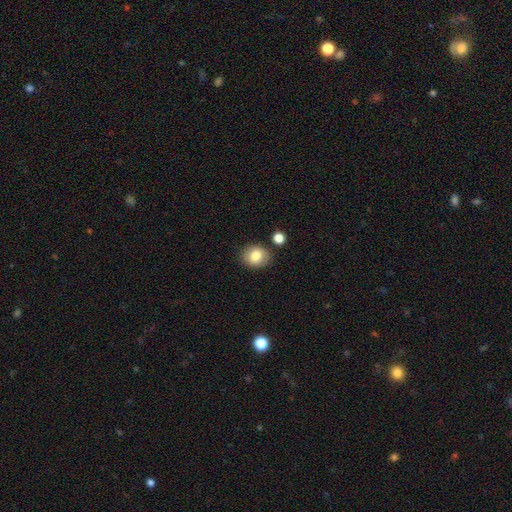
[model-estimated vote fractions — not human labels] Smooth or featured?
  - smooth: 82% *
  - featured or disk: 9%
  - star or artifact: 9%
How rounded?
  - round: 61% *
  - in between: 38%
  - cigar-shaped: 1%
Merging?
  - none: 82% *
  - minor disturbance: 11%
  - merger: 5%
  - major disturbance: 3%